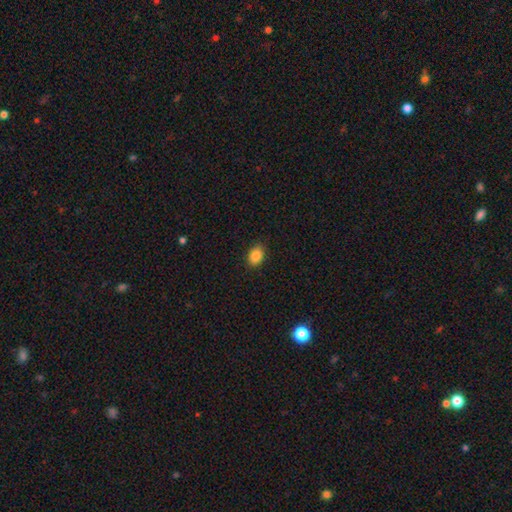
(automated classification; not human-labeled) Q: Smooth or featured?
A: smooth (87%); runner-up: star or artifact (9%)
Q: How rounded?
A: in between (77%); runner-up: round (22%)
Q: Merging?
A: none (88%); runner-up: minor disturbance (9%)